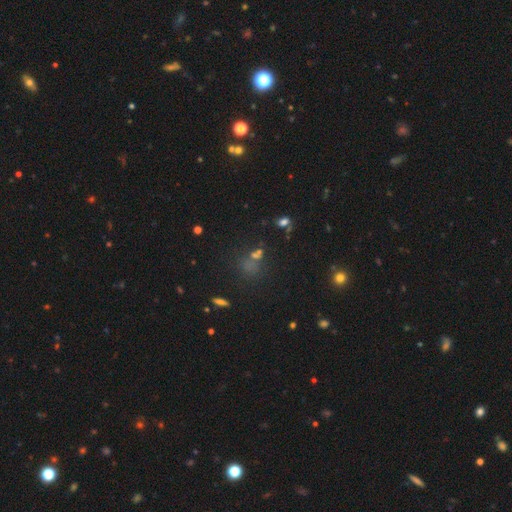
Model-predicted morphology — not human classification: smooth 46%, star or artifact 42%, featured or disk 12%. Down the decision tree: merging — none (54%).